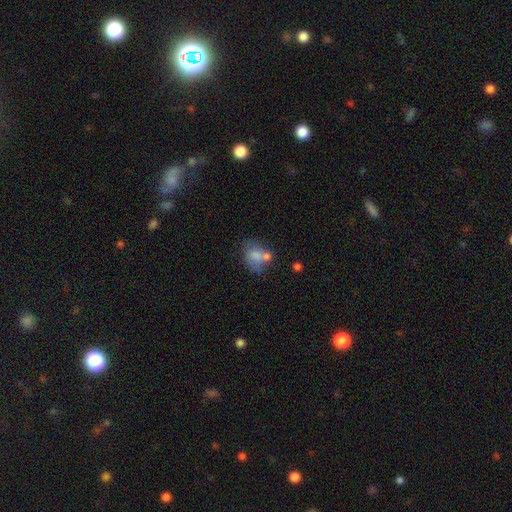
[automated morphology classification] smooth 69%, featured or disk 21%, star or artifact 10%. Down the decision tree: how rounded — in between (57%); merging — merger (40%).